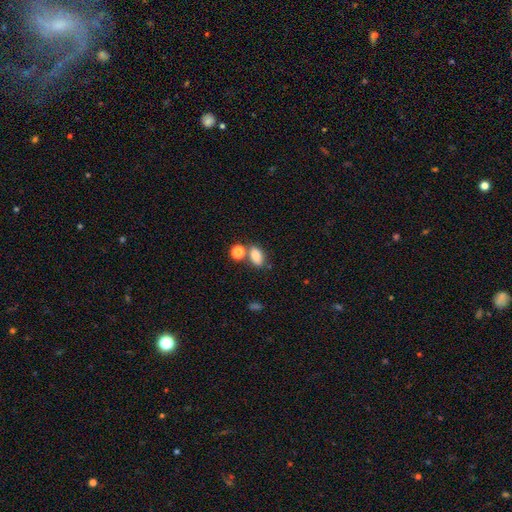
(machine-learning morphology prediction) This is clearly a smooth galaxy (82%). How rounded: clearly in between (82%). Merging: possibly none (60%).